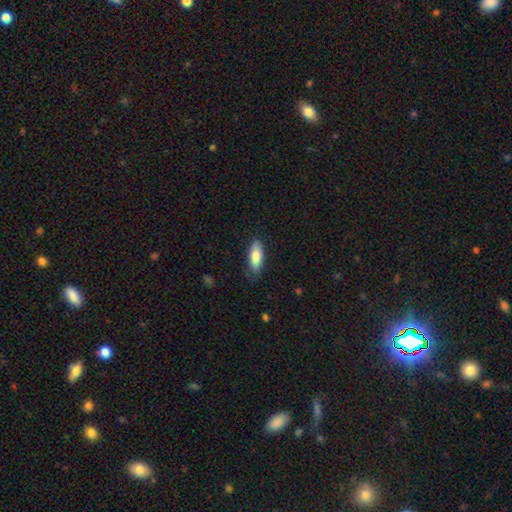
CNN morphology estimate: This appears to be a smooth galaxy with no disk features (79%) that is in between round and cigar-shaped (70%). Merging: none (80%).